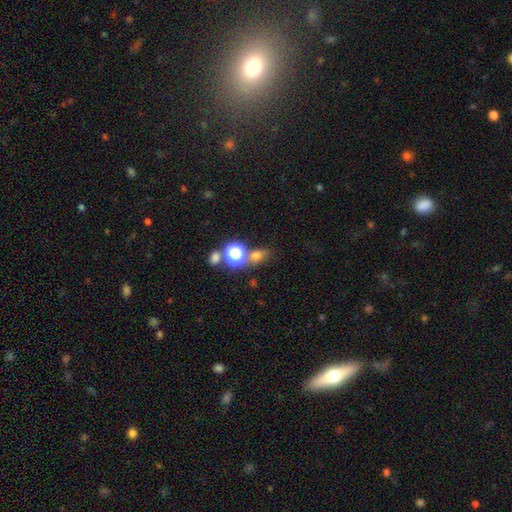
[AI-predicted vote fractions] This is likely a smooth galaxy (65%). How rounded: possibly in between (49%, tied with round). Merging: likely none (63%).